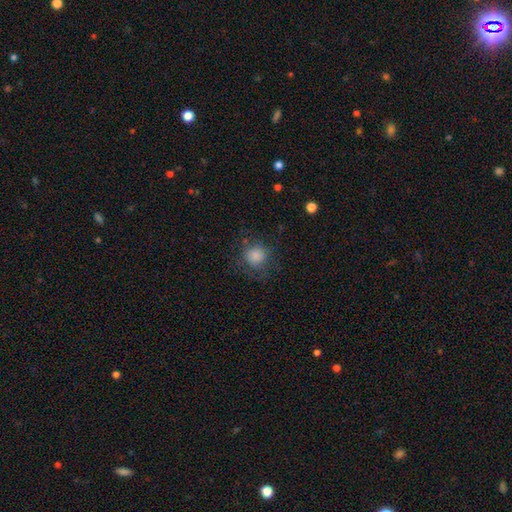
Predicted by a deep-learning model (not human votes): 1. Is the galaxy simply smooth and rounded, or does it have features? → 83% smooth, 10% star or artifact, 7% featured or disk.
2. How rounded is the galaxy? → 90% round, 9% in between, 1% cigar-shaped.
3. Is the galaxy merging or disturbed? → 72% none, 17% minor disturbance, 10% major disturbance, 2% merger.